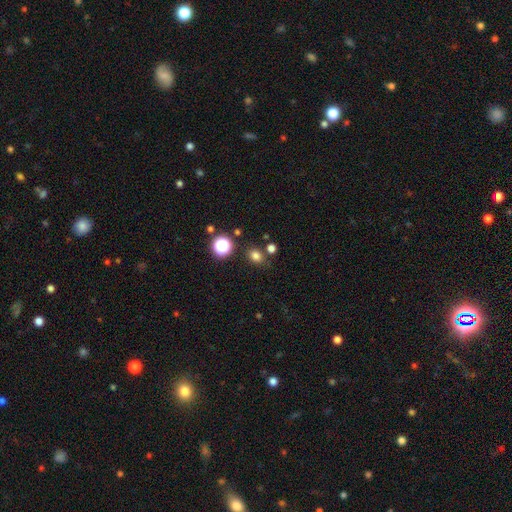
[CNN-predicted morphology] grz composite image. It shows a smooth galaxy with no disk features (76%) that is round (58%). Merging: none (77%).